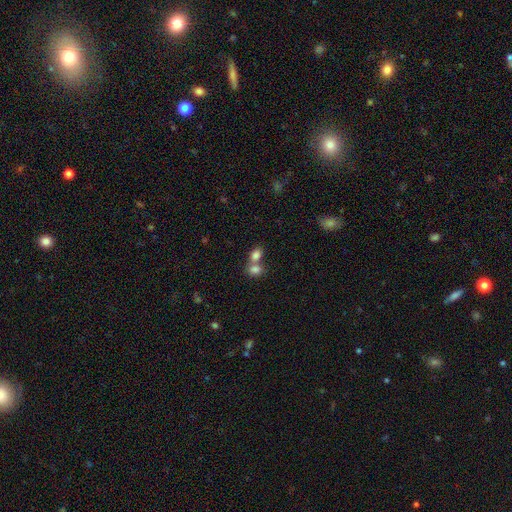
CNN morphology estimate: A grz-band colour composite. It shows a smooth galaxy with no disk features (82%) that is in between round and cigar-shaped (69%). Merging: merger (60%).